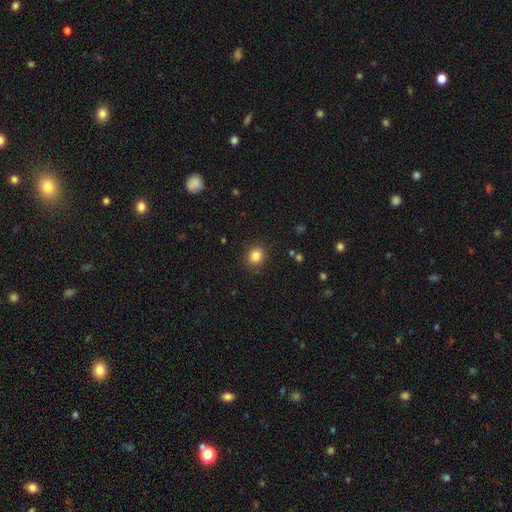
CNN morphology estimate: smooth_or_featured: smooth (p=0.84) [alt: star or artifact p=0.11]
how_rounded: round (p=0.87) [alt: in between p=0.12]
merging: none (p=0.89) [alt: minor disturbance p=0.07]